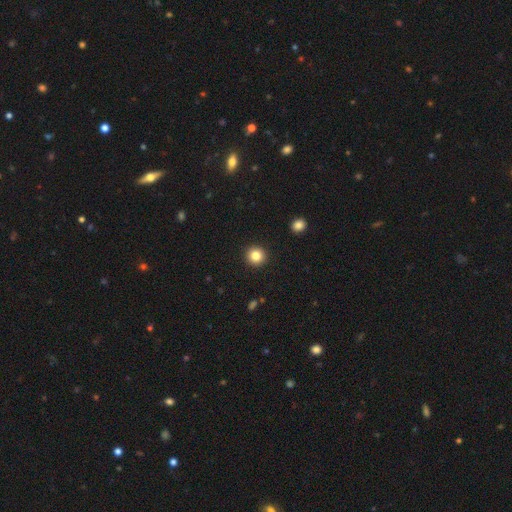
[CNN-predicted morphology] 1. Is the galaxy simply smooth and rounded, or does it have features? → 83% smooth, 11% star or artifact, 6% featured or disk.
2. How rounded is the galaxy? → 95% round, 5% in between, 1% cigar-shaped.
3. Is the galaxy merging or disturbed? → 93% none, 4% minor disturbance, 2% major disturbance, 1% merger.